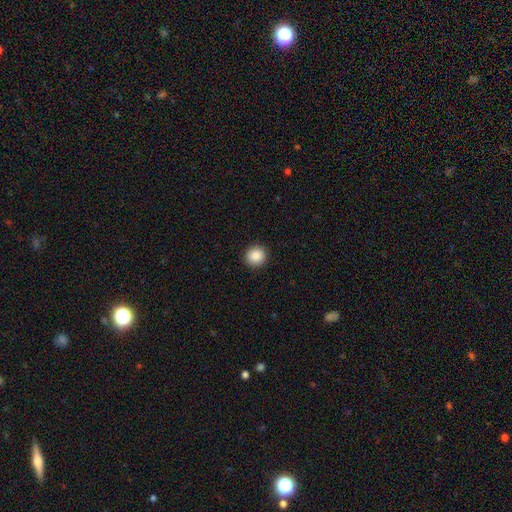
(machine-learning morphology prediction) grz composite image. It shows a smooth galaxy with no disk features (88%) that is round (91%). Merging: none (92%).